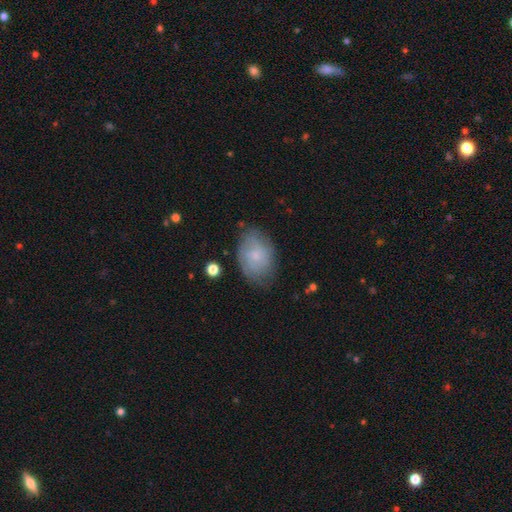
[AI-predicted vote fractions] smooth 58%, featured or disk 34%, star or artifact 8%. Down the decision tree: how rounded — in between (80%); merging — none (66%).